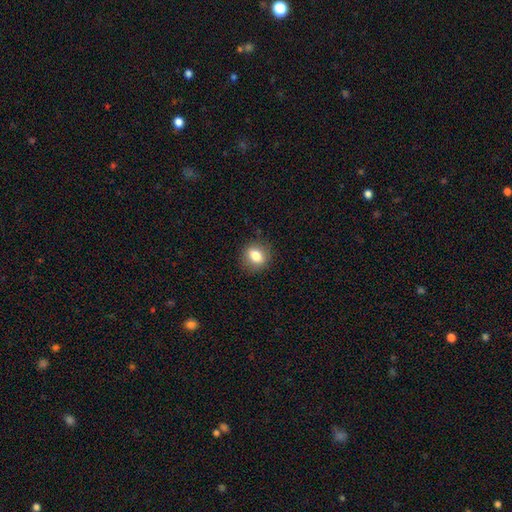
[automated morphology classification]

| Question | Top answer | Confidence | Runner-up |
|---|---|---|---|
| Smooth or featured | smooth | 79% | featured or disk (11%) |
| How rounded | round | 58% | in between (41%) |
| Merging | none | 86% | minor disturbance (10%) |